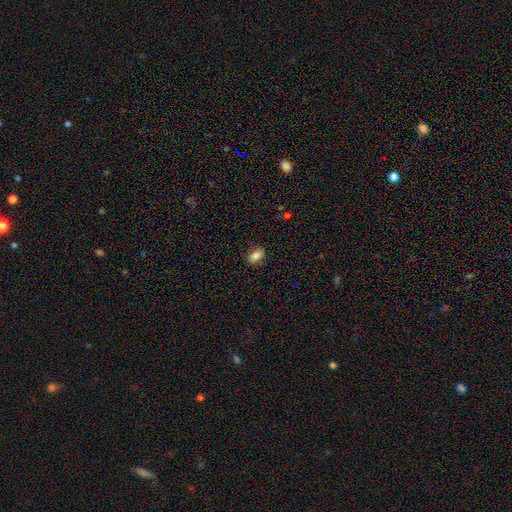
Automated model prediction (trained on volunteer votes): smooth_or_featured: smooth (p=0.85) [alt: star or artifact p=0.09]
how_rounded: in between (p=0.83) [alt: round p=0.15]
merging: none (p=0.84) [alt: minor disturbance p=0.12]